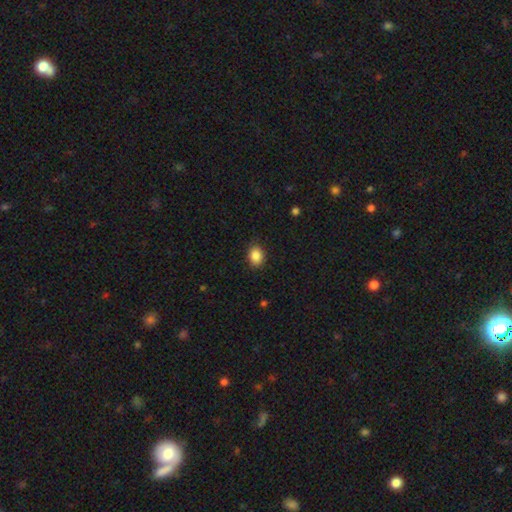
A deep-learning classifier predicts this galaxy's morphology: The model was most divided on "how rounded": in between: 57%, round: 42%, cigar-shaped: 1%. More confident: smooth or featured — smooth (87%); merging — none (87%).